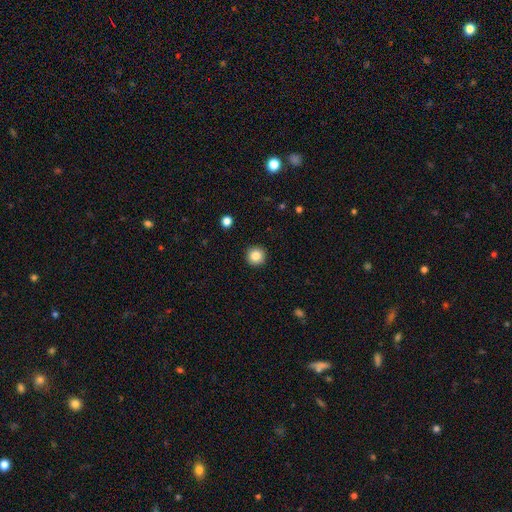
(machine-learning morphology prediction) Overall: smooth (85%). How rounded: round (96%). Merging: none (93%).